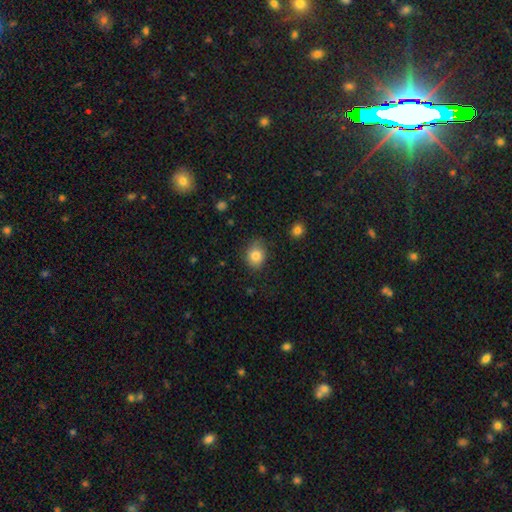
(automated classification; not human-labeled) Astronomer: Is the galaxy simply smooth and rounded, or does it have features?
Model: smooth — 82%.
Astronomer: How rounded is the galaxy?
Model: round — 59% (runner-up: in between, 40%).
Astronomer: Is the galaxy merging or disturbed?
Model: none — 78%.